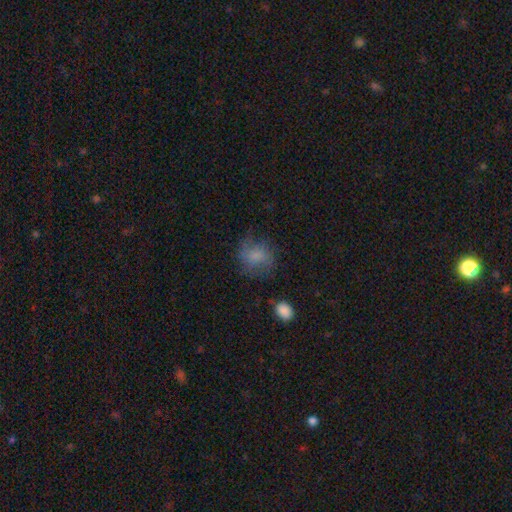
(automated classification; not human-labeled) A smooth galaxy with no disk features (67%) that is round (70%).

Vote fractions:
- Smooth or featured? smooth: 67% / featured or disk: 23% / star or artifact: 11%
- How rounded? round: 70% / in between: 28% / cigar-shaped: 1%
- Merging? none: 60% / minor disturbance: 24% / major disturbance: 14% / merger: 2%